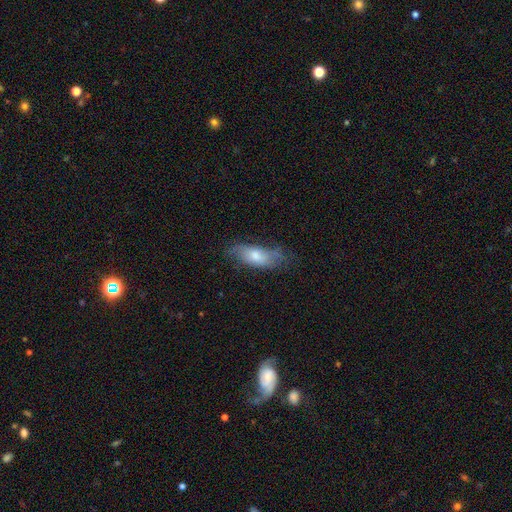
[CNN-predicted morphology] Smooth or featured? smooth (62%)
How rounded? in between (74%)
Merging? none (54%)